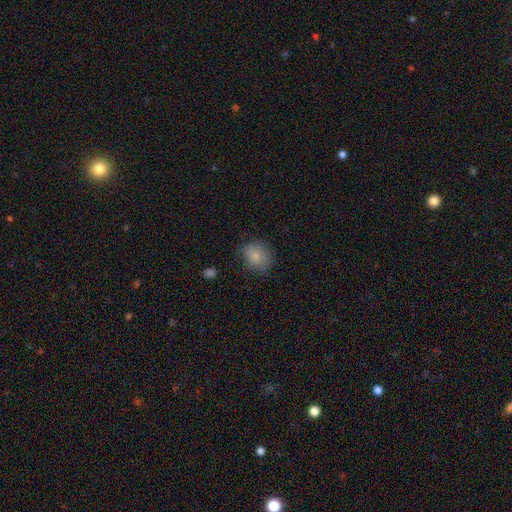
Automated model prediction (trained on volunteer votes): This is clearly a smooth galaxy (81%). How rounded: likely round (72%). Merging: likely none (72%).